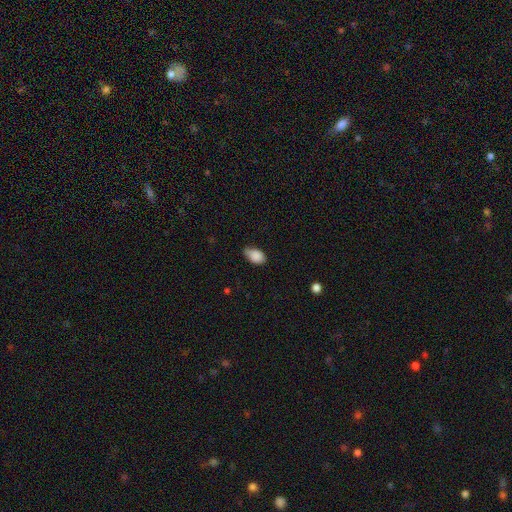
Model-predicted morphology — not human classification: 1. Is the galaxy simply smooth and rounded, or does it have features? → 87% smooth, 7% star or artifact, 5% featured or disk.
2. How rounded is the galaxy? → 89% in between, 9% round, 2% cigar-shaped.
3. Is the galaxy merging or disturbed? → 57% none, 35% minor disturbance, 6% major disturbance, 2% merger.